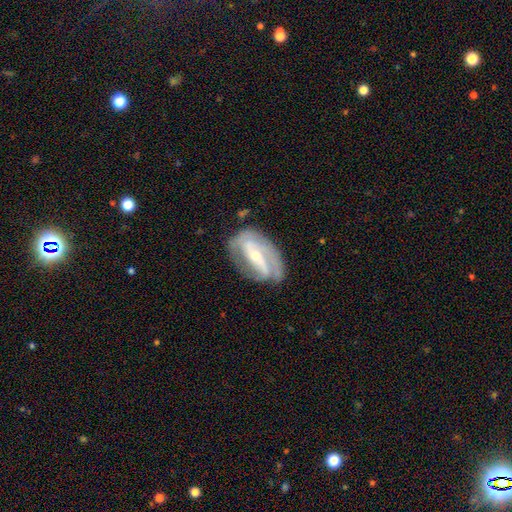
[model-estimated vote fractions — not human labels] Smooth or featured? Predicted: featured or disk (p=0.83). Edge-on disk? Predicted: no (p=0.93). Bar? Predicted: strong (p=0.56). Spiral arms? Predicted: yes (p=0.88). Spiral winding? Predicted: tight (p=0.40). Spiral arm count? Predicted: 2 (p=0.64). Bulge size? Predicted: small (p=0.60). Merging? Predicted: none (p=0.64).